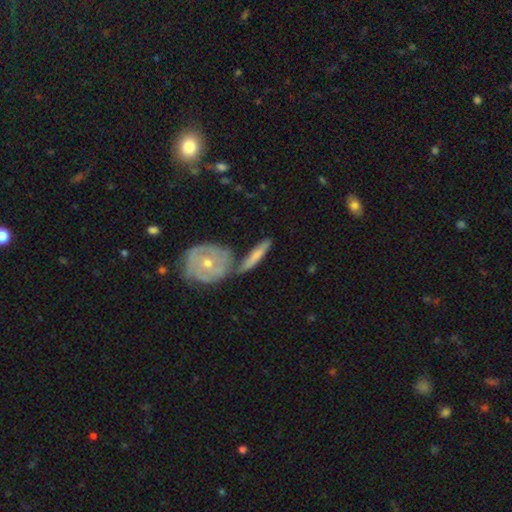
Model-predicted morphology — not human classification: The model was most divided on "smooth or featured": smooth: 51%, featured or disk: 43%, star or artifact: 5%. More confident: how rounded — cigar-shaped (76%); merging — none (55%).